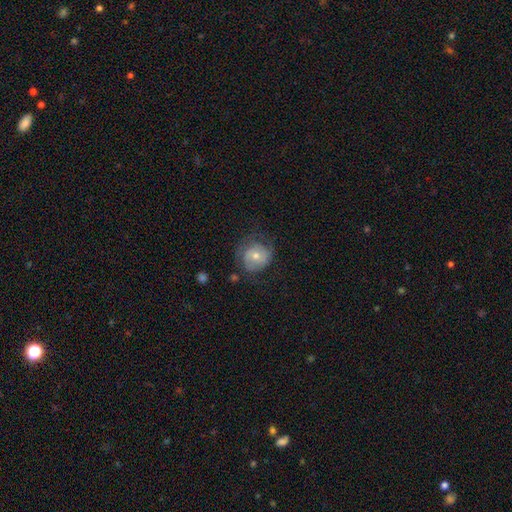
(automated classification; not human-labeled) Q: Smooth or featured?
A: smooth (50%); runner-up: featured or disk (42%)
Q: How rounded?
A: round (79%); runner-up: in between (21%)
Q: Merging?
A: none (55%); runner-up: minor disturbance (26%)